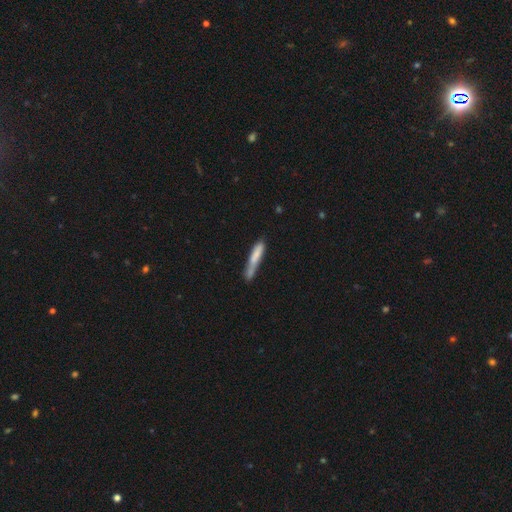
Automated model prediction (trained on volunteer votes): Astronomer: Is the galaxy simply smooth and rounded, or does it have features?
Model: smooth — 72%.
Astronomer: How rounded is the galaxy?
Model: cigar-shaped — 90%.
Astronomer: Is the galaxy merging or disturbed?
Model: none — 56%.